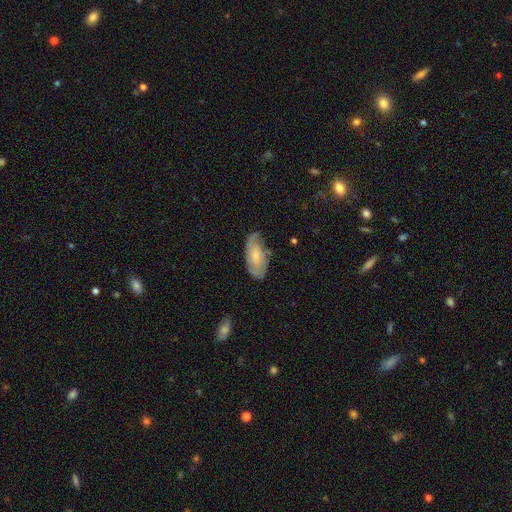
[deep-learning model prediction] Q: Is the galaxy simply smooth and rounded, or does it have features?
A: featured or disk — 63%.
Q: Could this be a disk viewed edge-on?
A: no — 93%.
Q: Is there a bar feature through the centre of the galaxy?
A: no — 65%.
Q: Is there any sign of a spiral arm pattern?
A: yes — 88%.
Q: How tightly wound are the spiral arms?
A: tight — 43%.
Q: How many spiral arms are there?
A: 2 — 51%.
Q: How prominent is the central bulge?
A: small — 62%.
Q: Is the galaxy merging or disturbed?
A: none — 65%.